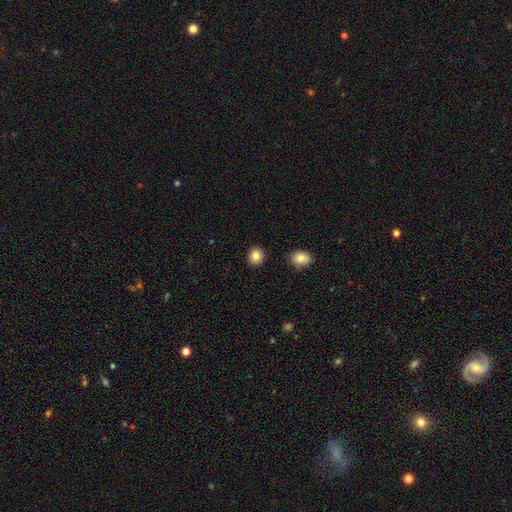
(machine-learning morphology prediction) A smooth galaxy with no disk features (84%) that is round (88%).

Vote fractions:
- Smooth or featured? smooth: 84% / star or artifact: 9% / featured or disk: 6%
- How rounded? round: 88% / in between: 11% / cigar-shaped: 1%
- Merging? none: 91% / minor disturbance: 5% / merger: 2% / major disturbance: 2%